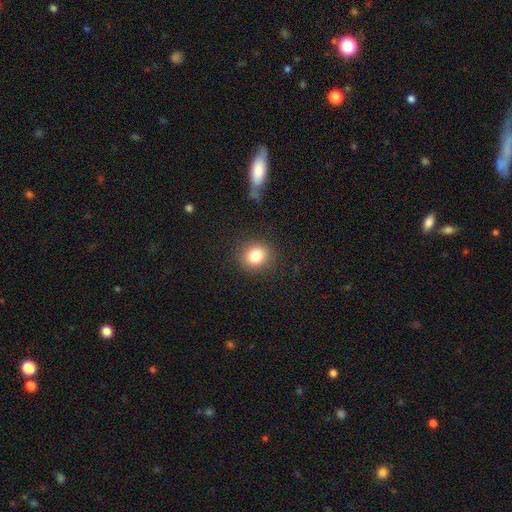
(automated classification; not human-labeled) Smooth or featured? smooth (82%)
How rounded? round (80%)
Merging? none (88%)